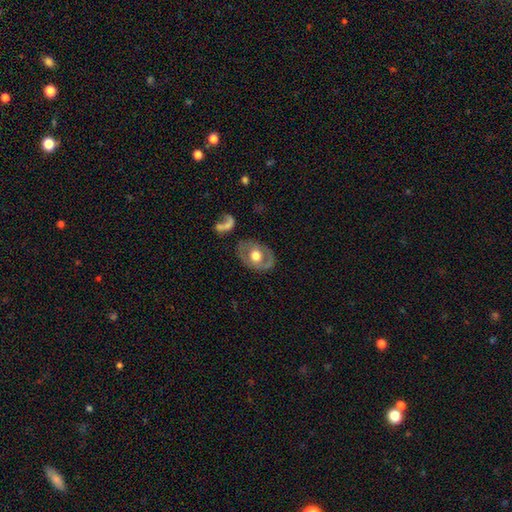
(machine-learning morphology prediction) smooth-or-featured: featured or disk: 56% | smooth: 38% | star or artifact: 6%
  disk-edge-on: no: 92% | yes: 8%
    bar: no: 82% | weak: 14% | strong: 4%
    has-spiral-arms: no: 75% | yes: 25%
    bulge-size: moderate: 55% | large: 38% | small: 3% | dominant: 2% | none: 1%
  merging: none: 74% | minor disturbance: 16% | major disturbance: 7% | merger: 3%